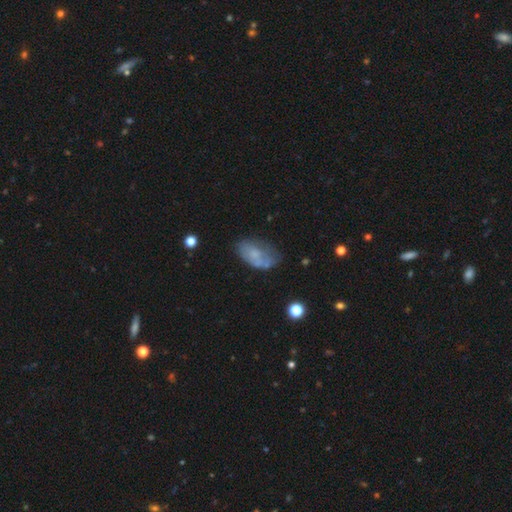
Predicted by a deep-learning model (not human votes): Morphology: type=smooth (56%); roundness=in between (92%); merging=none (44%).